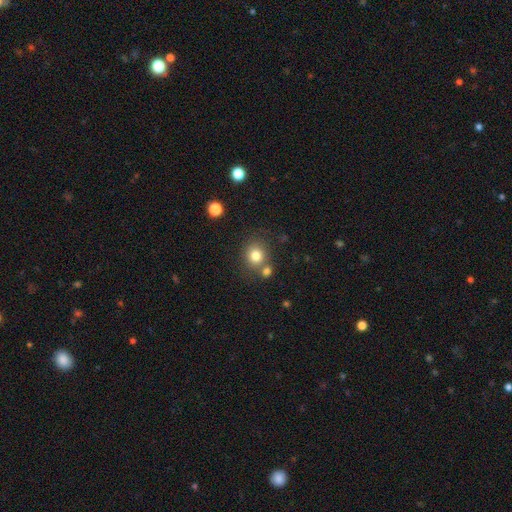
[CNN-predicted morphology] A smooth galaxy with no disk features (80%) that is round (83%).

Vote fractions:
- Smooth or featured? smooth: 80% / star or artifact: 12% / featured or disk: 8%
- How rounded? round: 83% / in between: 16% / cigar-shaped: 1%
- Merging? none: 68% / merger: 19% / minor disturbance: 10% / major disturbance: 4%